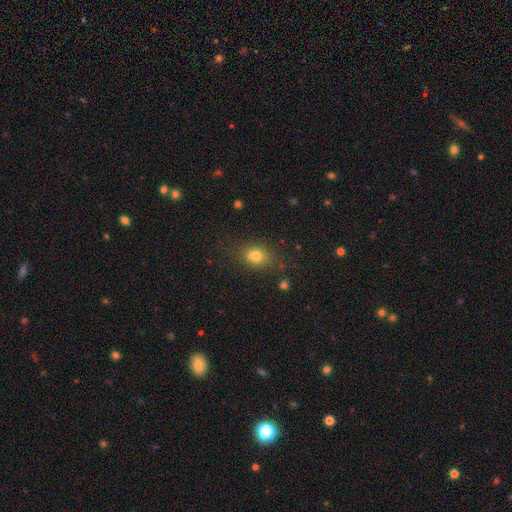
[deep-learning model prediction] A smooth galaxy with no disk features (74%) that is in between round and cigar-shaped (49%, tied with round). Merging: none (64%).